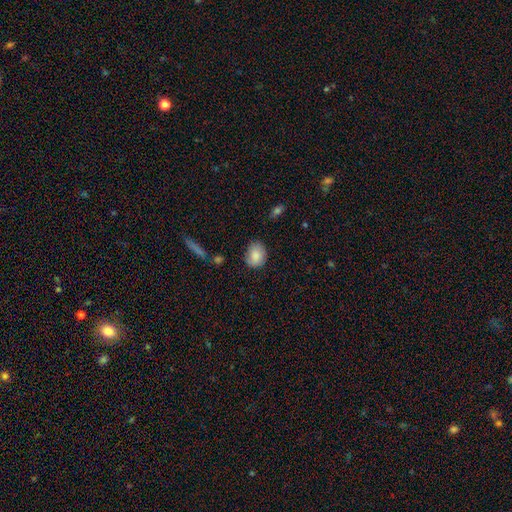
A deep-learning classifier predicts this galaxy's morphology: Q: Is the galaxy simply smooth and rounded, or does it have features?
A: smooth — 84%.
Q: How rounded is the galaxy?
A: in between — 54%.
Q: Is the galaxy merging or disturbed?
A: none — 77%.